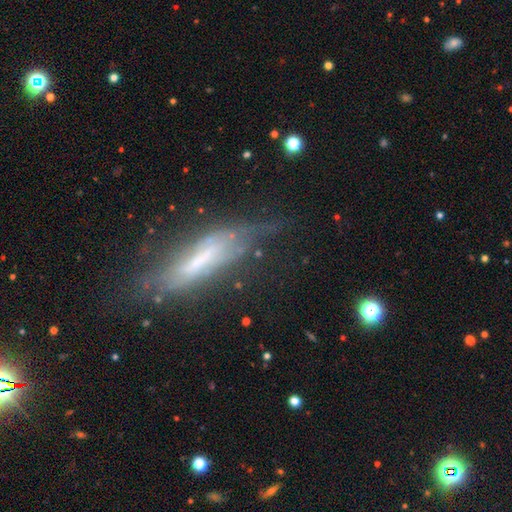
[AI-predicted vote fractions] This appears to be a featured or disk galaxy (56%) viewed edge-on (55%). Merging: none (66%).